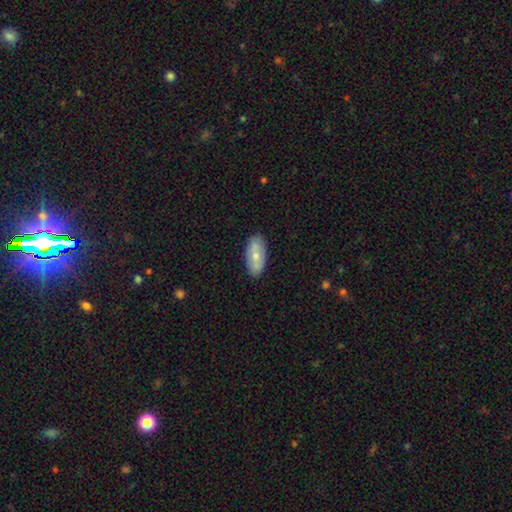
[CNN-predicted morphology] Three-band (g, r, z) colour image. It shows a smooth galaxy with no disk features (65%) that is in between round and cigar-shaped (89%). Merging: none (87%).